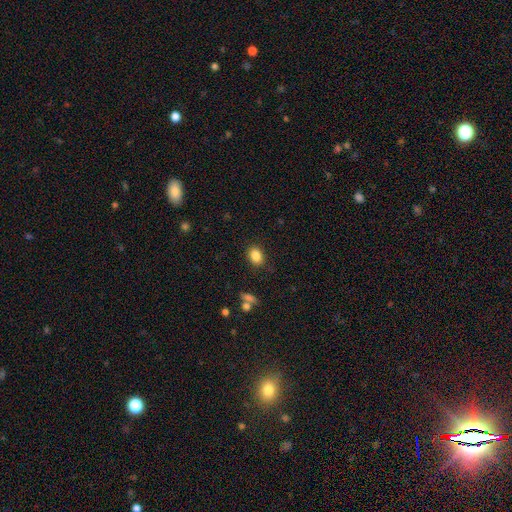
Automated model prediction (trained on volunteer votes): The model was most divided on "how rounded": in between: 62%, round: 37%, cigar-shaped: 1%. More confident: merging — none (86%); smooth or featured — smooth (85%).